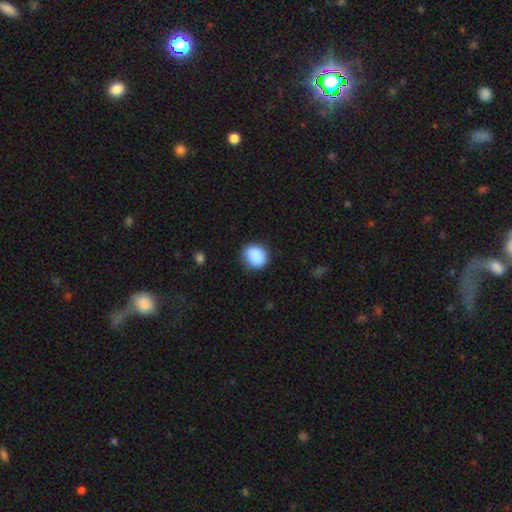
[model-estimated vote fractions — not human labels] This is clearly a smooth galaxy (87%). How rounded: likely round (73%). Merging: likely none (77%).